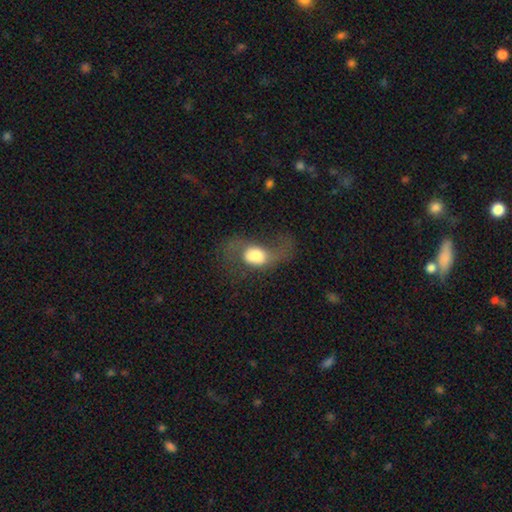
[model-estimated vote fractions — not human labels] A smooth galaxy with no disk features (49%).

Vote fractions:
- Smooth or featured? smooth: 49% / featured or disk: 42% / star or artifact: 9%
- Merging? major disturbance: 41% / none: 36% / minor disturbance: 19% / merger: 3%